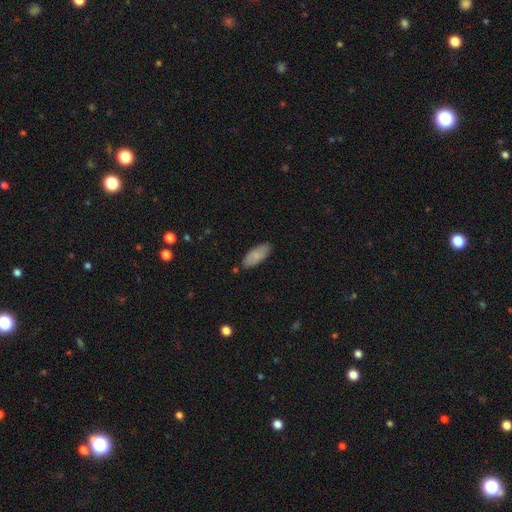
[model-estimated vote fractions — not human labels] Morphology: type=smooth (83%); roundness=in between (86%); merging=none (84%).